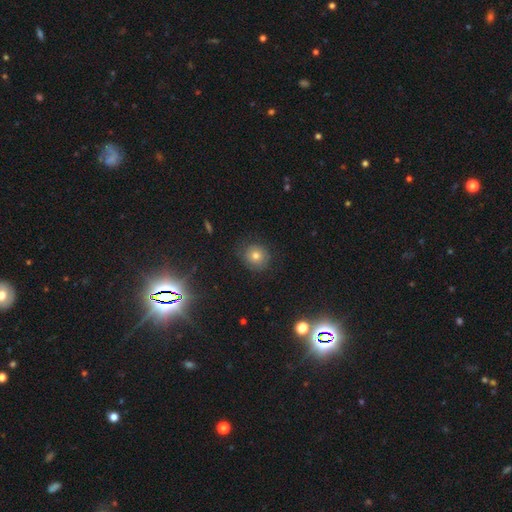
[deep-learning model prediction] A smooth galaxy with no disk features (70%) that is round (88%). Merging: none (83%).